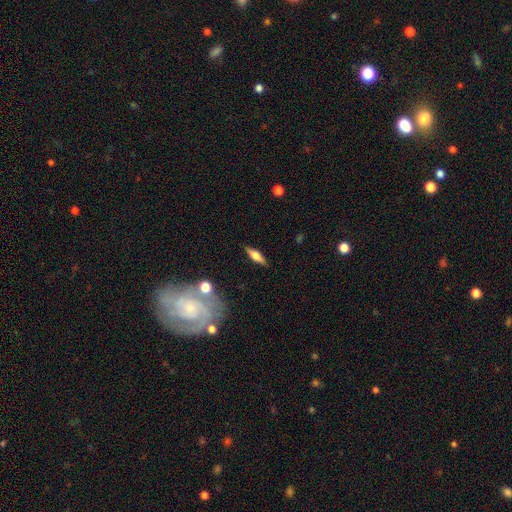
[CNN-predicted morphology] The model was most divided on "smooth or featured": featured or disk: 47%, smooth: 45%, star or artifact: 8%. More confident: merging — none (87%).